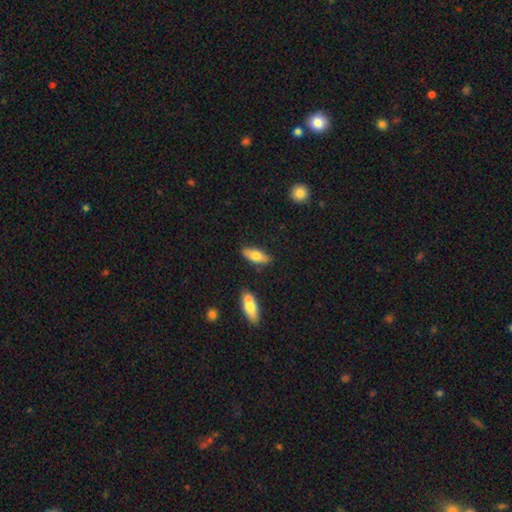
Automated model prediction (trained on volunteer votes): smooth-or-featured: smooth: 73% | featured or disk: 21% | star or artifact: 6%
  how-rounded: in between: 75% | cigar-shaped: 23% | round: 3%
  merging: none: 80% | minor disturbance: 13% | merger: 4% | major disturbance: 3%